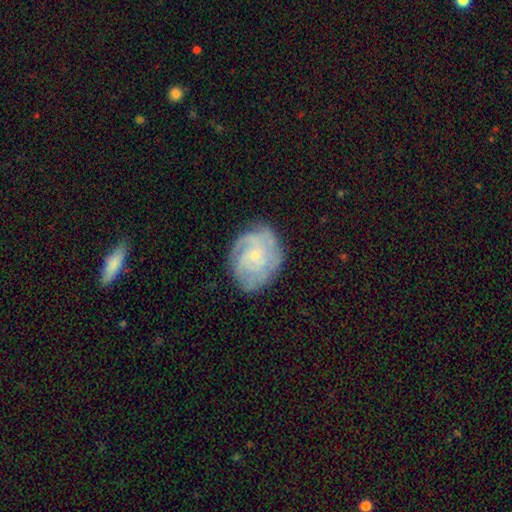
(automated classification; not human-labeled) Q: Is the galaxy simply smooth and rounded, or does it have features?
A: featured or disk — 75%.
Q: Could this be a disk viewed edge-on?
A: no — 97%.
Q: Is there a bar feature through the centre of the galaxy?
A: no — 75%.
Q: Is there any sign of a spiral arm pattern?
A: yes — 92%.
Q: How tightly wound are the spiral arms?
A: tight — 61%.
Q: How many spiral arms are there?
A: can't tell — 35%.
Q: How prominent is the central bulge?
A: small — 77%.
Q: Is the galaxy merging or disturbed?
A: none — 73%.